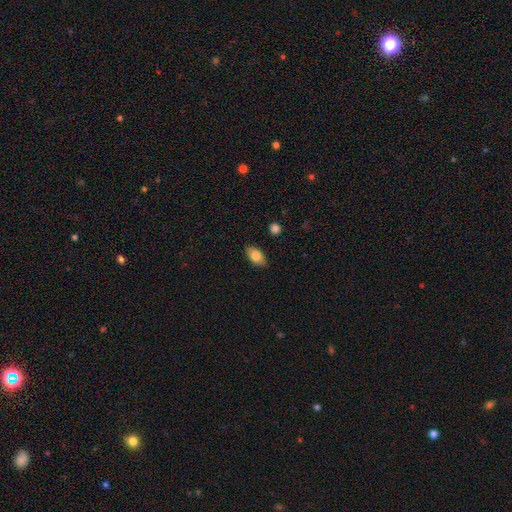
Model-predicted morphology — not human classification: type=smooth (80%); roundness=in between (91%); merging=none (87%).